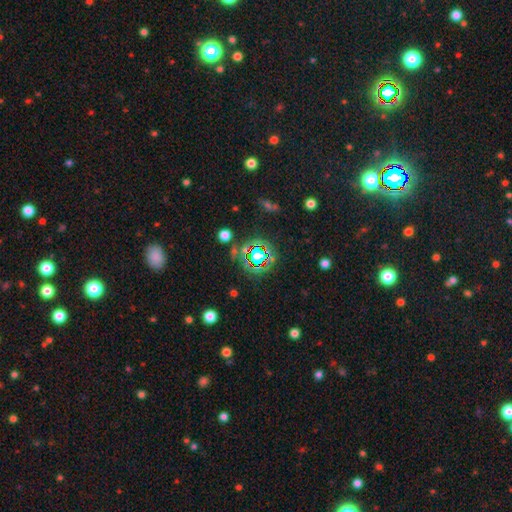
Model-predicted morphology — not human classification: Smooth or featured?
  - star or artifact: 71% *
  - smooth: 19%
  - featured or disk: 10%